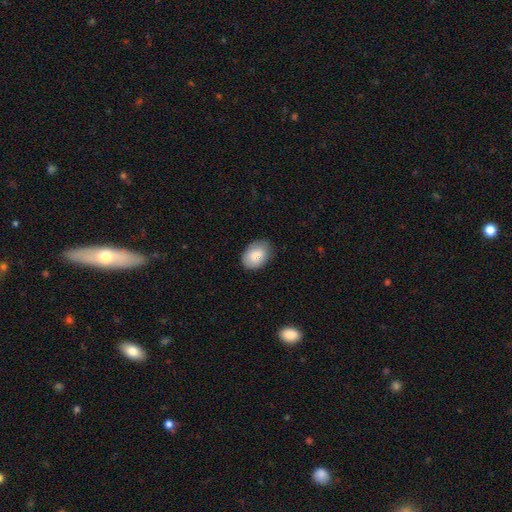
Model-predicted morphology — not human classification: A smooth galaxy with no disk features (83%) that is in between round and cigar-shaped (81%). Merging: none (74%).